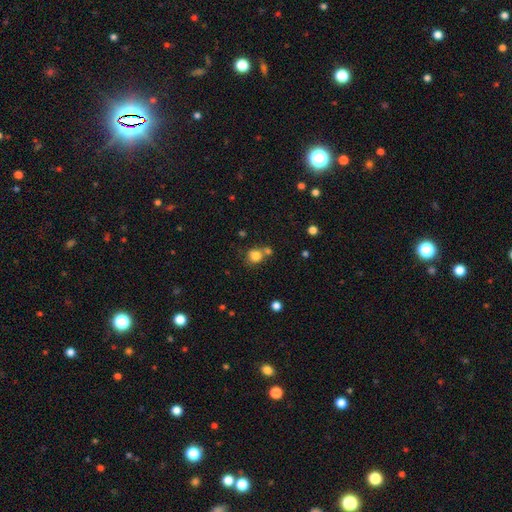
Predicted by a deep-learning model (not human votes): Smooth or featured: smooth — 81% (star or artifact — 12%)
How rounded: round — 81% (in between — 18%)
Merging: none — 56% (merger — 27%)